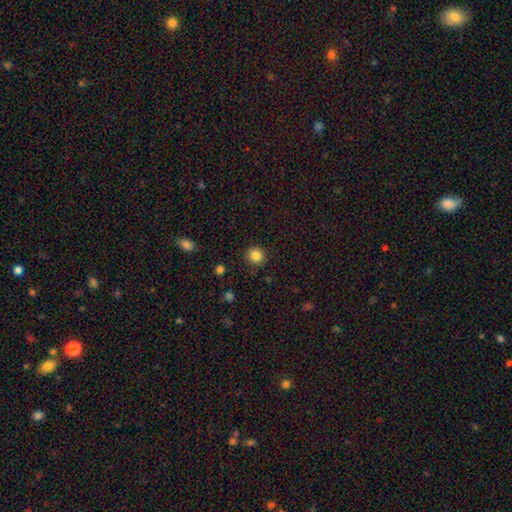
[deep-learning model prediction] This appears to be a smooth galaxy with no disk features (84%) that is round (93%). Merging: none (90%).